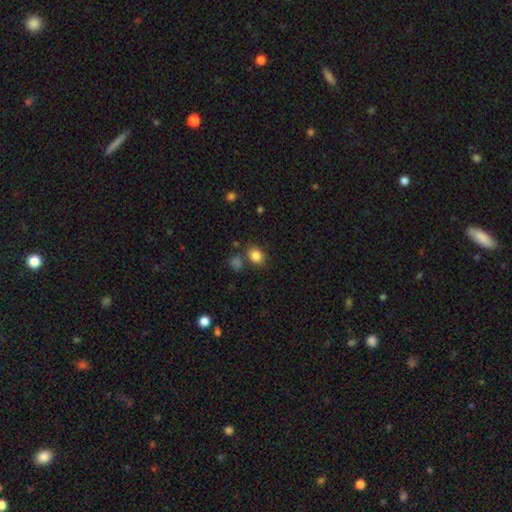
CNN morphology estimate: Smooth or featured? Predicted: smooth (p=0.84). How rounded? Predicted: round (p=0.54). Merging? Predicted: none (p=0.73).